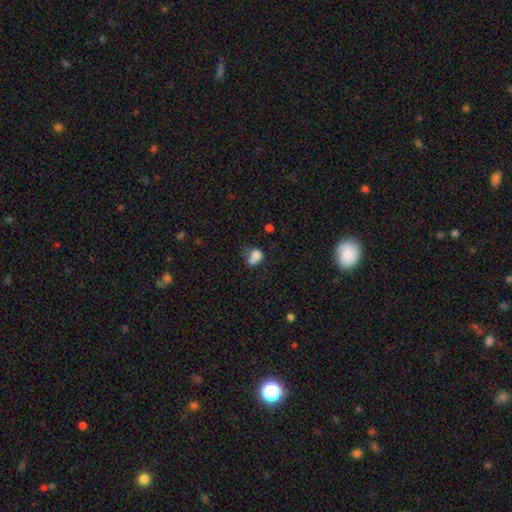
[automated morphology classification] smooth 74%, featured or disk 15%, star or artifact 11%. Down the decision tree: how rounded — round (54%); merging — merger (47%).